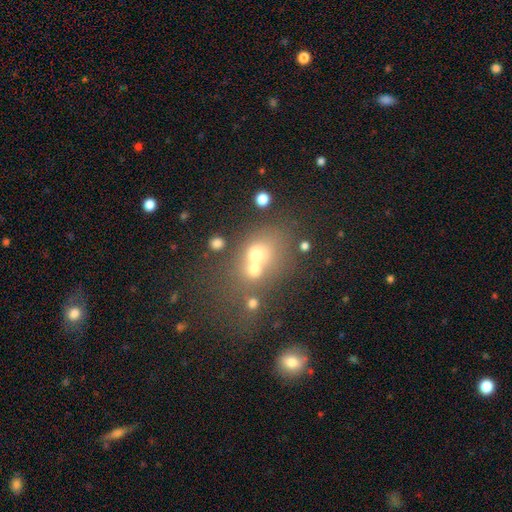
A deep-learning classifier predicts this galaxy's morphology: type=smooth (51%); roundness=round (56%); merging=merger (54%).